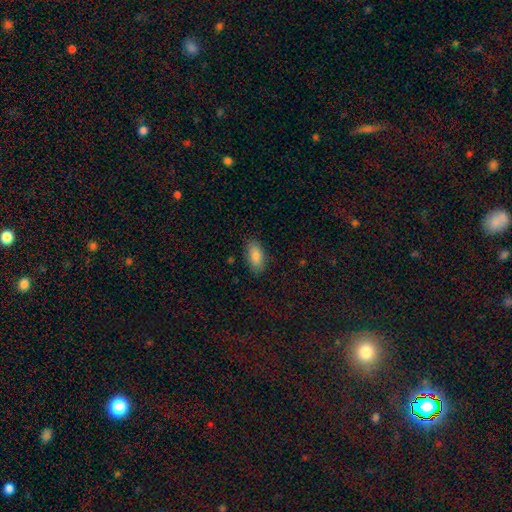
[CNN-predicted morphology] Smooth or featured? Predicted: smooth (p=0.86). How rounded? Predicted: in between (p=0.90). Merging? Predicted: none (p=0.86).